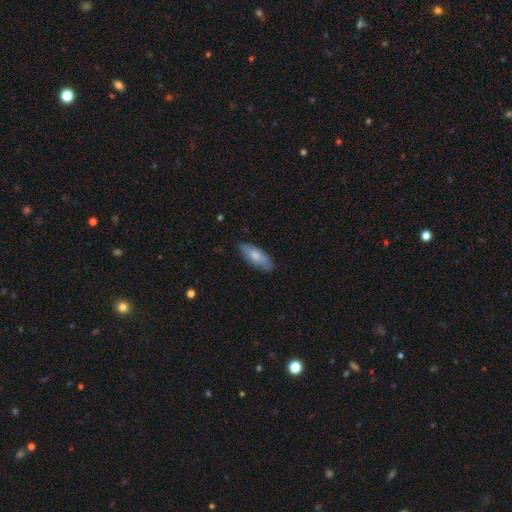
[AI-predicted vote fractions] Overall: smooth (75%). How rounded: in between (76%). Merging: none (79%).